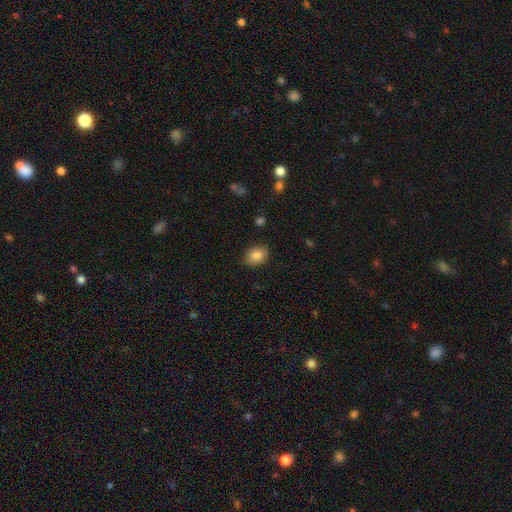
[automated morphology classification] The model was most divided on "how rounded": in between: 73%, round: 26%, cigar-shaped: 1%. More confident: smooth or featured — smooth (86%); merging — none (84%).